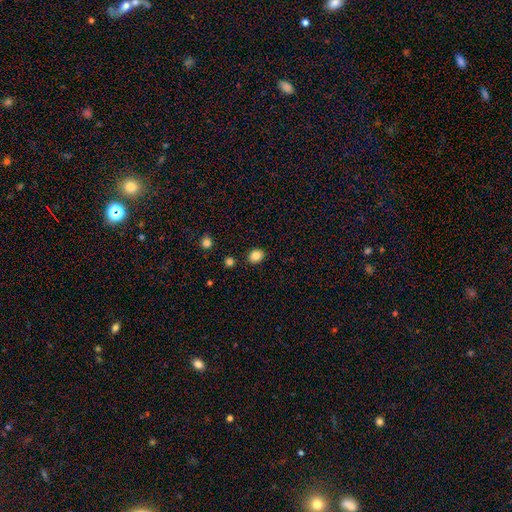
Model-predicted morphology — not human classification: The model was most divided on "how rounded": round: 54%, in between: 46%, cigar-shaped: 1%. More confident: merging — none (87%); smooth or featured — smooth (85%).